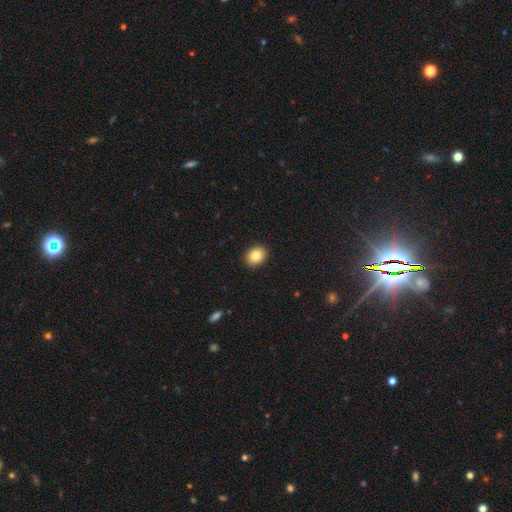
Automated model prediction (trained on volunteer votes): Smooth or featured? smooth (86%)
How rounded? in between (52%)
Merging? none (92%)